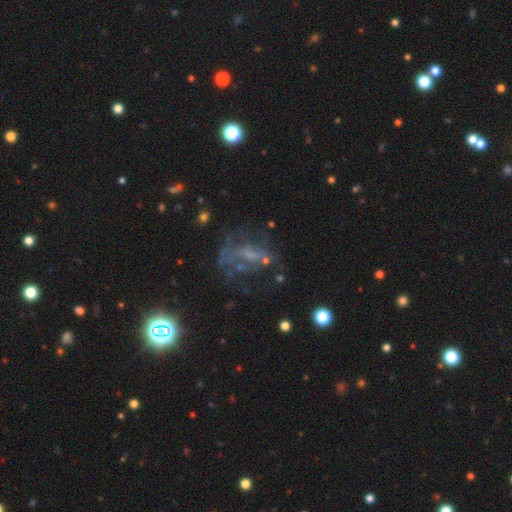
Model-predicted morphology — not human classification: smooth-or-featured: featured or disk: 50% | star or artifact: 29% | smooth: 21%
  merging: none: 40% | major disturbance: 35% | minor disturbance: 18% | merger: 7%